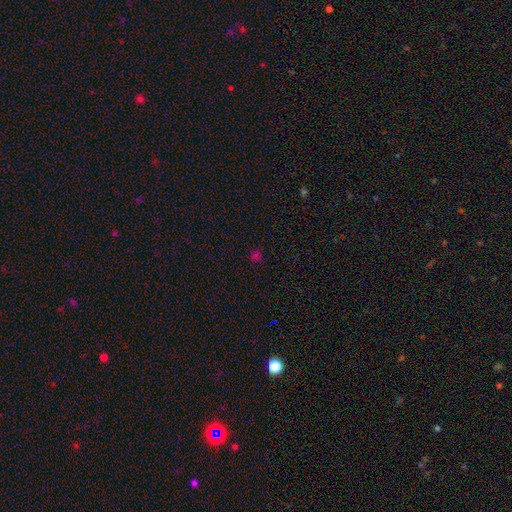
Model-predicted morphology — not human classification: smooth_or_featured: smooth (p=0.56) [alt: star or artifact p=0.38]
how_rounded: round (p=0.85) [alt: in between p=0.14]
merging: none (p=0.82) [alt: minor disturbance p=0.11]